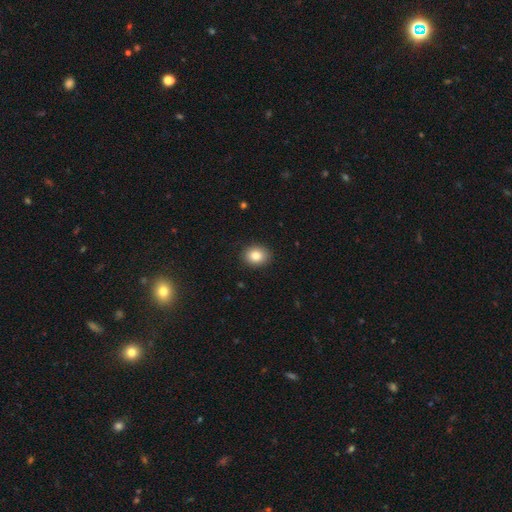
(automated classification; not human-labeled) smooth 84%, star or artifact 9%, featured or disk 7%. Down the decision tree: how rounded — round (54%); merging — none (89%).